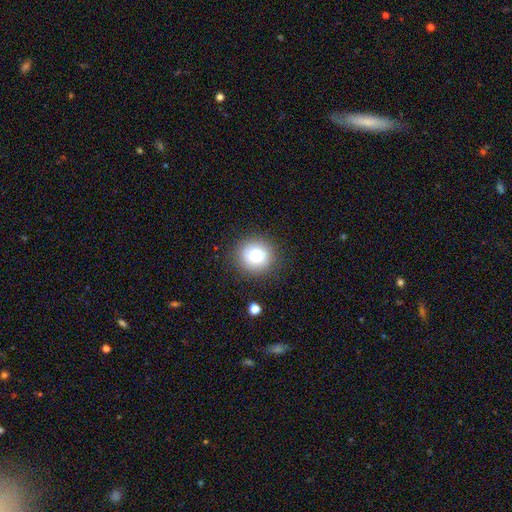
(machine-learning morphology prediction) smooth 78%, star or artifact 11%, featured or disk 11%. Down the decision tree: how rounded — round (92%); merging — none (88%).